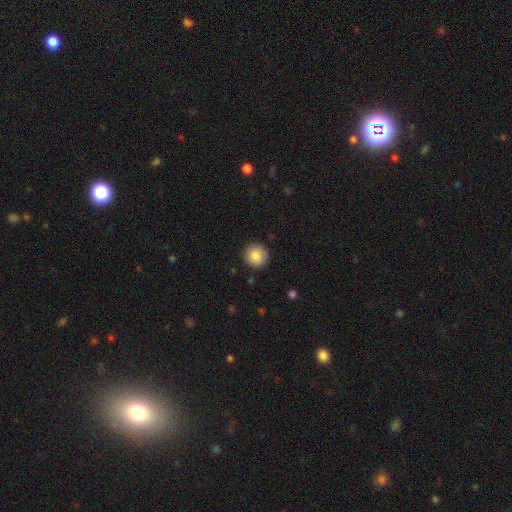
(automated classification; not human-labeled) smooth-or-featured: smooth: 86% | star or artifact: 8% | featured or disk: 6%
  how-rounded: round: 93% | in between: 6% | cigar-shaped: 1%
  merging: none: 88% | minor disturbance: 9% | major disturbance: 2% | merger: 1%